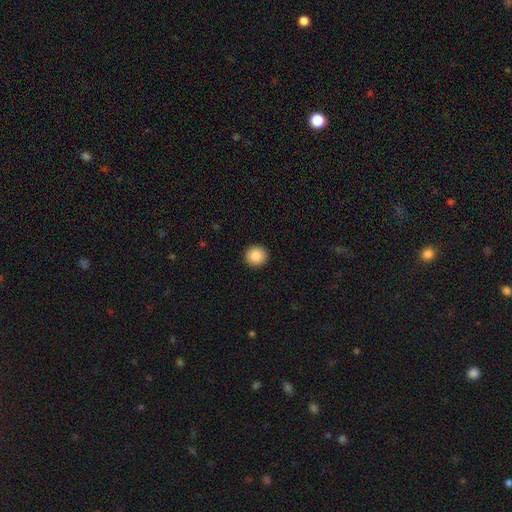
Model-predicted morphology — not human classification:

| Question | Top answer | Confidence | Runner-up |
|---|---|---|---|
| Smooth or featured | smooth | 87% | star or artifact (9%) |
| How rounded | round | 92% | in between (7%) |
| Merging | none | 92% | minor disturbance (5%) |